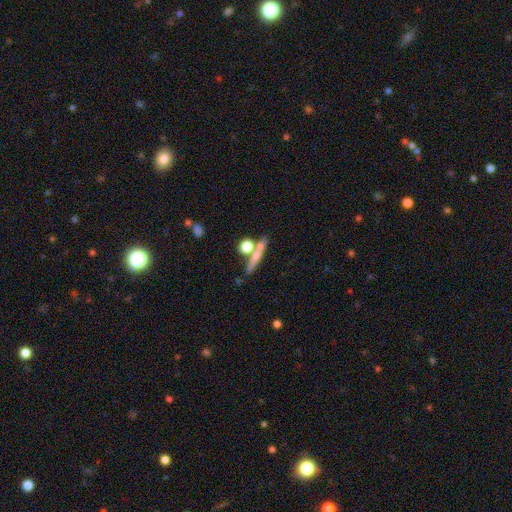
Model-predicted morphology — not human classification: This appears to be a smooth galaxy with no disk features (55%) that is cigar-shaped (67%). Merging: none (61%).